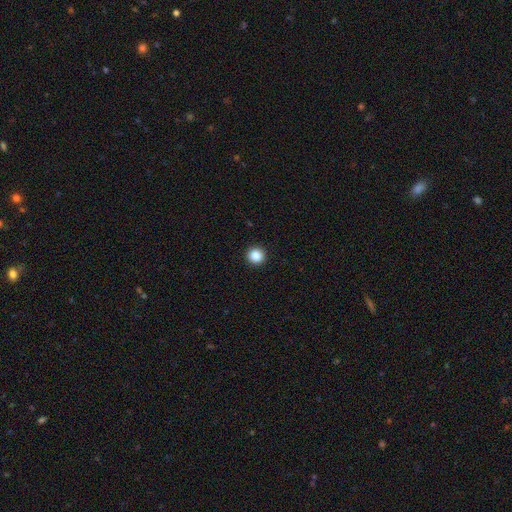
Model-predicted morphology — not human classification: A smooth galaxy with no disk features (87%) that is round (95%).

Vote fractions:
- Smooth or featured? smooth: 87% / star or artifact: 10% / featured or disk: 3%
- How rounded? round: 95% / in between: 4% / cigar-shaped: 1%
- Merging? none: 94% / minor disturbance: 4% / major disturbance: 1% / merger: 1%